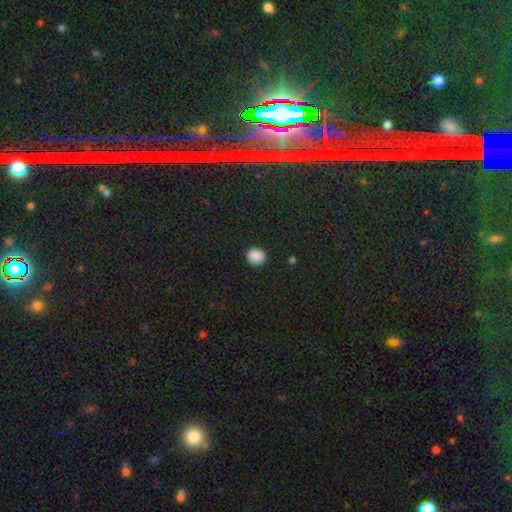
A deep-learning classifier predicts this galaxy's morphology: type=smooth (88%); roundness=round (73%); merging=none (89%).